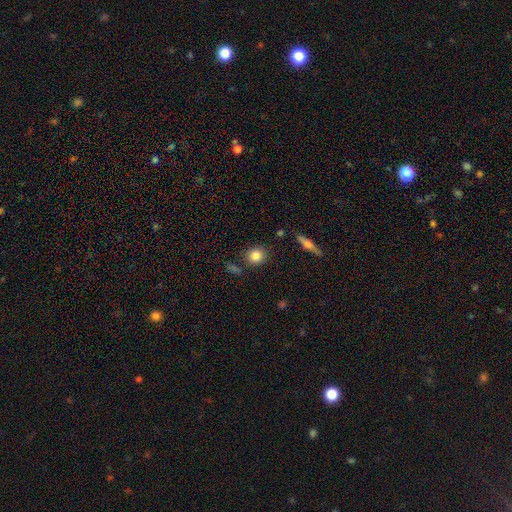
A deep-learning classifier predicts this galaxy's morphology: This appears to be a smooth galaxy with no disk features (82%) that is round (81%). Merging: none (83%).